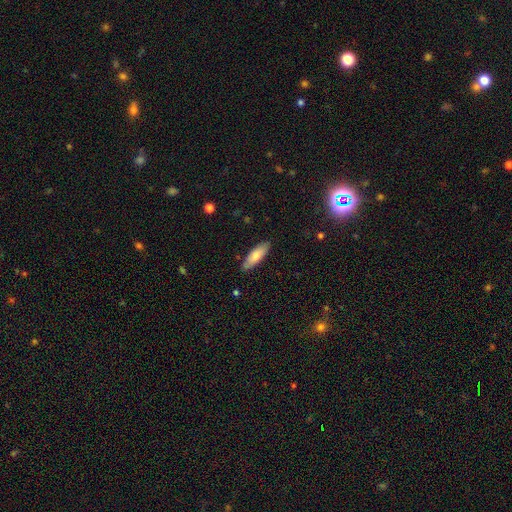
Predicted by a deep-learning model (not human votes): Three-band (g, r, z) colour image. It shows a smooth galaxy with no disk features (77%) that is in between round and cigar-shaped (53%). Merging: none (87%).